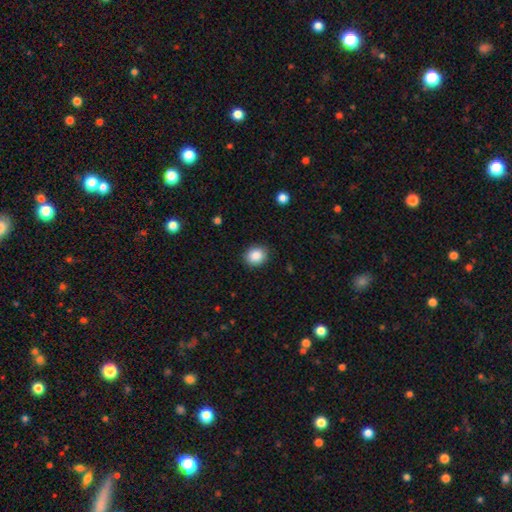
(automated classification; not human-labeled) Smooth or featured?
  - smooth: 88% *
  - star or artifact: 8%
  - featured or disk: 4%
How rounded?
  - round: 69% *
  - in between: 30%
  - cigar-shaped: 1%
Merging?
  - none: 89% *
  - minor disturbance: 8%
  - major disturbance: 2%
  - merger: 1%